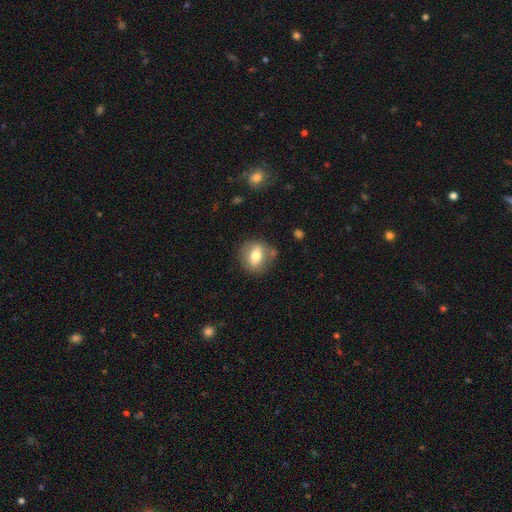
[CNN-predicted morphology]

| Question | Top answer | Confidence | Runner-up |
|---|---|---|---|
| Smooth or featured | smooth | 62% | featured or disk (30%) |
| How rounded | round | 65% | in between (33%) |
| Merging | none | 77% | minor disturbance (14%) |